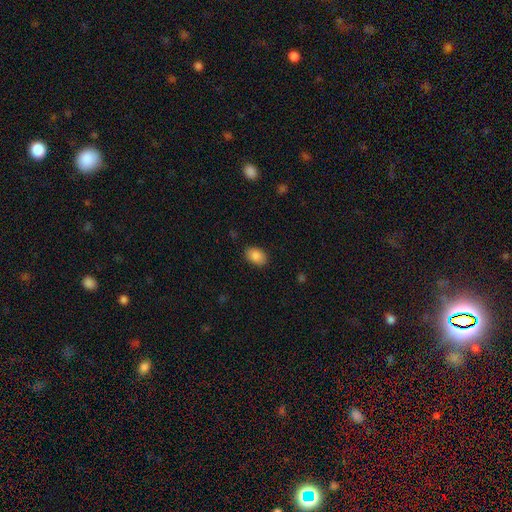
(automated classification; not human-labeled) Smooth or featured? smooth (86%)
How rounded? in between (82%)
Merging? none (87%)